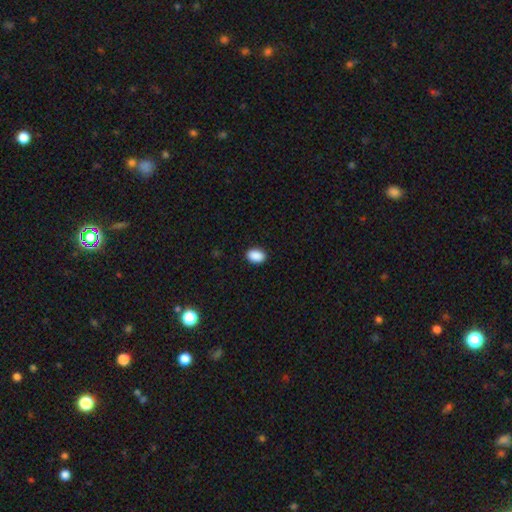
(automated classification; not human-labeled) Q: Smooth or featured?
A: smooth (90%); runner-up: star or artifact (8%)
Q: How rounded?
A: in between (83%); runner-up: round (16%)
Q: Merging?
A: none (91%); runner-up: minor disturbance (7%)